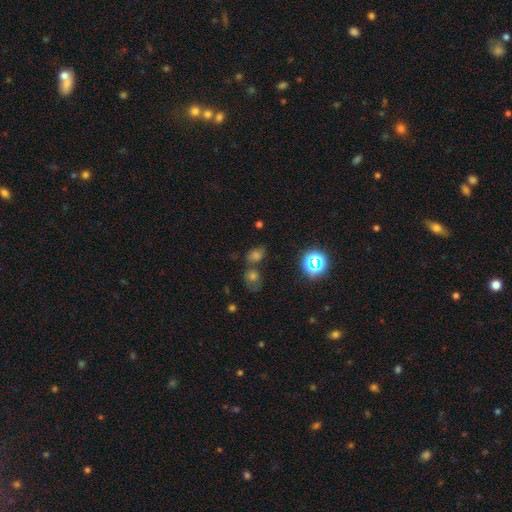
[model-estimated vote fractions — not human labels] smooth_or_featured: smooth (p=0.52) [alt: star or artifact p=0.36]
how_rounded: in between (p=0.55) [alt: round p=0.42]
merging: none (p=0.53) [alt: merger p=0.32]